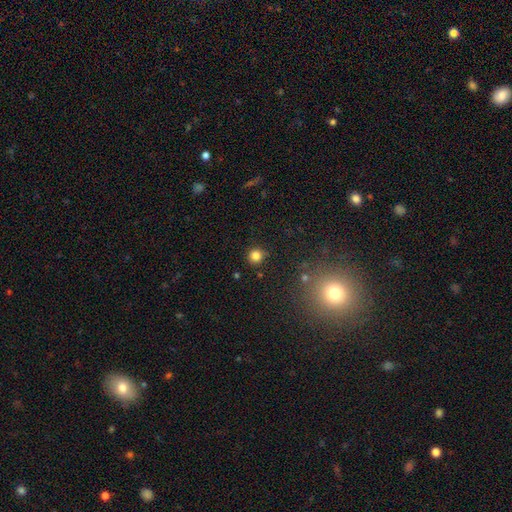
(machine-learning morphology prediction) This is clearly a smooth galaxy (82%). How rounded: clearly round (93%). Merging: clearly none (87%).